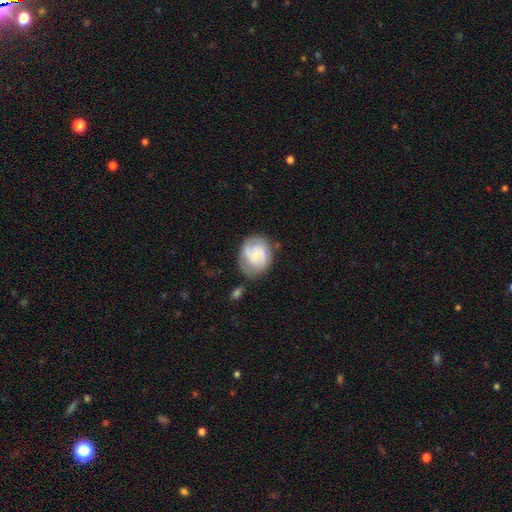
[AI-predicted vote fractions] smooth-or-featured: featured or disk: 62% | smooth: 32% | star or artifact: 6%
  disk-edge-on: no: 98% | yes: 2%
    bar: no: 58% | weak: 36% | strong: 6%
    has-spiral-arms: yes: 87% | no: 13%
      spiral-winding: tight: 46% | medium: 40% | loose: 14%
      spiral-arm-count: 2: 55% | can't tell: 24% | 3: 11% | 1: 5% | 4: 3% | more than 4: 2%
    bulge-size: small: 62% | moderate: 29% | none: 5% | large: 3% | dominant: 1%
  merging: none: 65% | minor disturbance: 22% | major disturbance: 9% | merger: 5%